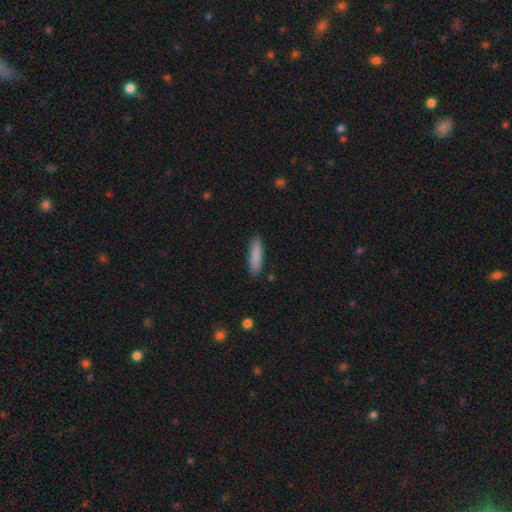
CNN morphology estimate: Q: Smooth or featured?
A: smooth (86%); runner-up: featured or disk (7%)
Q: How rounded?
A: cigar-shaped (73%); runner-up: in between (25%)
Q: Merging?
A: none (87%); runner-up: minor disturbance (9%)